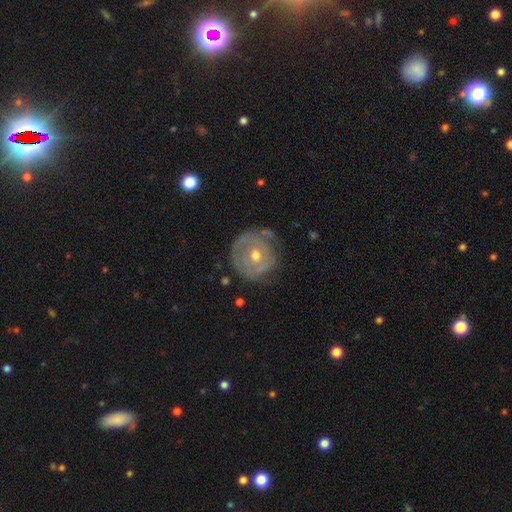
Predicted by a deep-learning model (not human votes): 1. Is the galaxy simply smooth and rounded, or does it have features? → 63% featured or disk, 30% smooth, 7% star or artifact.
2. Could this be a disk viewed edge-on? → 96% no, 4% yes.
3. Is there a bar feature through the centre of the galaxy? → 81% no, 15% weak, 4% strong.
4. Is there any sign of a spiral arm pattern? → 50% yes (tied), 50% no (tied).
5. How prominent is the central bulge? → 65% moderate, 31% small, 2% large, 1% none, 1% dominant.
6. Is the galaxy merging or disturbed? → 64% none, 24% minor disturbance, 10% major disturbance, 2% merger.